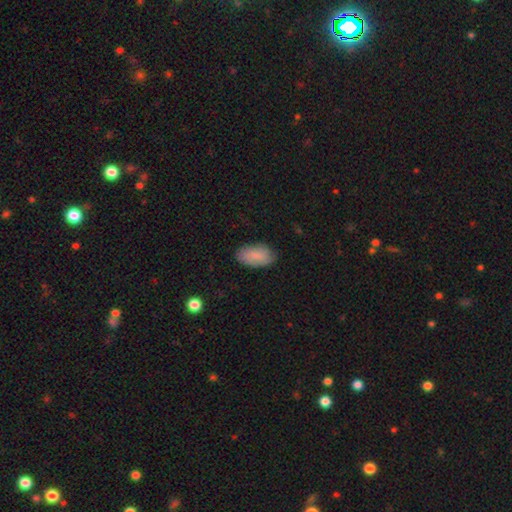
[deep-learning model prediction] smooth 82%, featured or disk 11%, star or artifact 6%. Down the decision tree: how rounded — in between (94%); merging — none (81%).